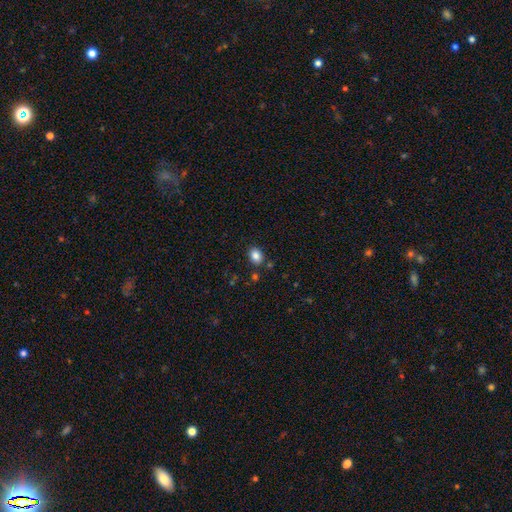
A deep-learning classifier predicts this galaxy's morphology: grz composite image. It shows a smooth galaxy with no disk features (85%) that is in between round and cigar-shaped (64%). Merging: none (83%).